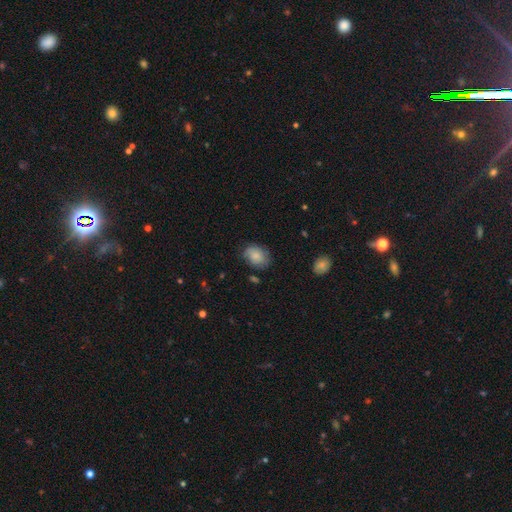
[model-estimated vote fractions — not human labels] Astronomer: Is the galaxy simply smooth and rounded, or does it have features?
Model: smooth — 81%.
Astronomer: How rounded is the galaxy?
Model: in between — 68%.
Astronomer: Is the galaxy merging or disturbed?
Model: none — 70%.